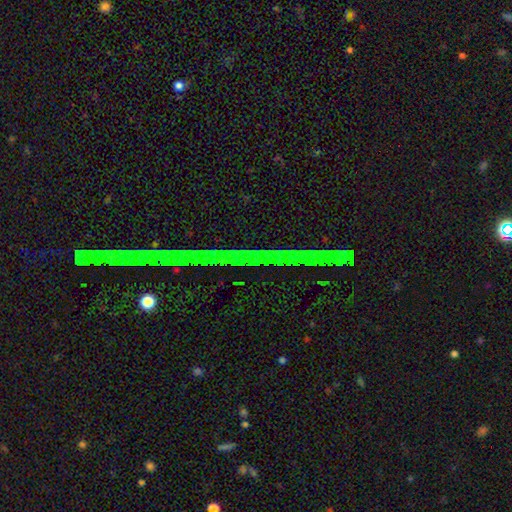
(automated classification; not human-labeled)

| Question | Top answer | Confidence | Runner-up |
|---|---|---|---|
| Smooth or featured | star or artifact | 77% | featured or disk (14%) |